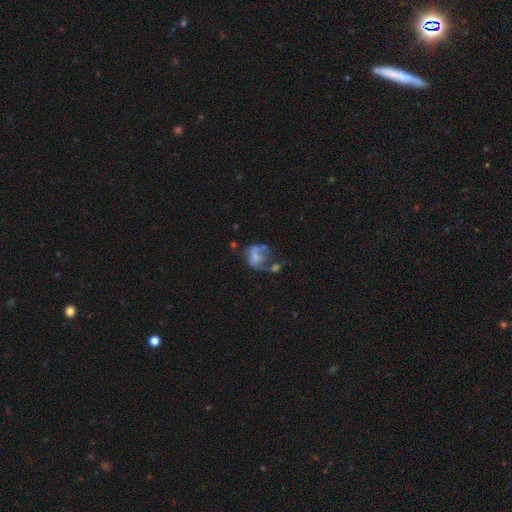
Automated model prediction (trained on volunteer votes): Smooth or featured? featured or disk (47%)
Merging? major disturbance (41%)